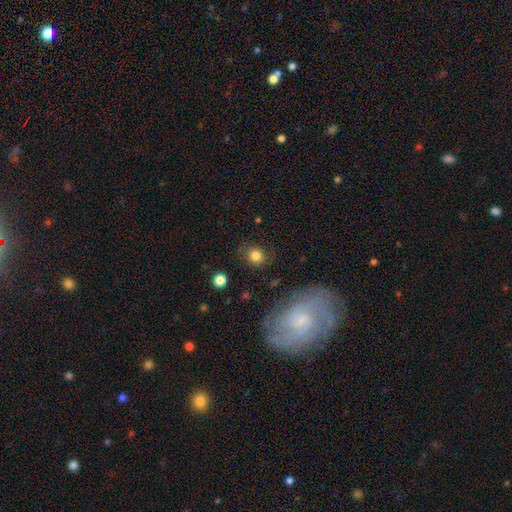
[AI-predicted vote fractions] A smooth galaxy with no disk features (82%) that is round (75%).

Vote fractions:
- Smooth or featured? smooth: 82% / star or artifact: 11% / featured or disk: 8%
- How rounded? round: 75% / in between: 24% / cigar-shaped: 1%
- Merging? none: 83% / minor disturbance: 12% / major disturbance: 4% / merger: 2%